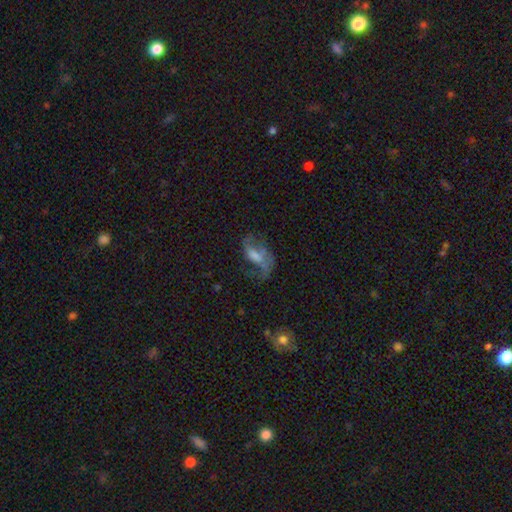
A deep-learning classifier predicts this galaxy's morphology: featured or disk 61%, smooth 26%, star or artifact 13%. Down the decision tree: edge-on disk — no (93%); bar — no (46%); spiral arms — yes (69%); bulge size — moderate (37%); merging — none (39%).